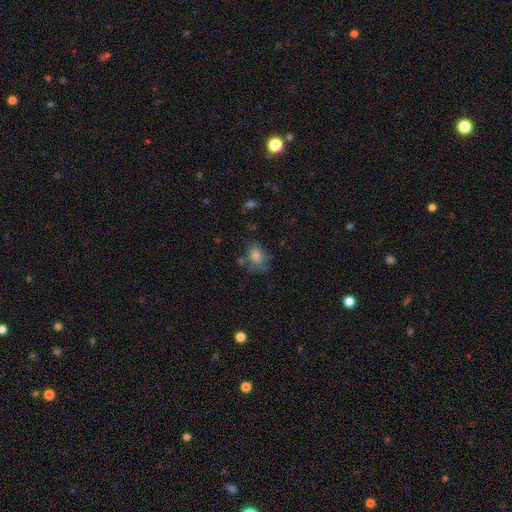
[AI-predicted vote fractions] Smooth or featured: smooth — 64% (featured or disk — 21%)
How rounded: in between — 67% (round — 32%)
Merging: none — 48% (minor disturbance — 26%)